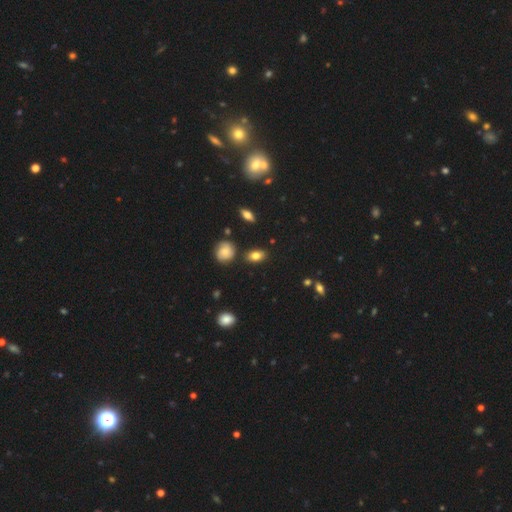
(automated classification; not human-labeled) smooth 78%, featured or disk 12%, star or artifact 10%. Down the decision tree: how rounded — in between (83%); merging — none (83%).